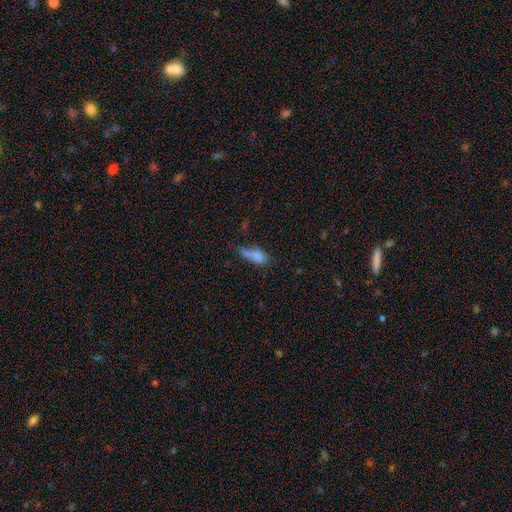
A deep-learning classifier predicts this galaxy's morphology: Smooth or featured? smooth (76%)
How rounded? in between (78%)
Merging? merger (31%, tied with none)